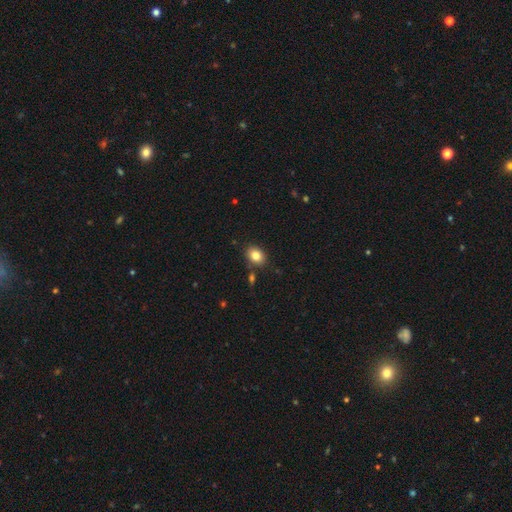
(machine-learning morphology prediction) Smooth or featured? Predicted: smooth (p=0.83). How rounded? Predicted: in between (p=0.63). Merging? Predicted: none (p=0.82).